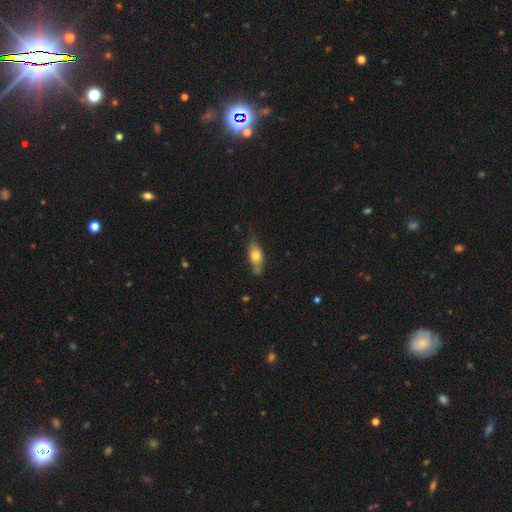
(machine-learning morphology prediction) A smooth galaxy with no disk features (56%) that is in between round and cigar-shaped (63%). Merging: none (69%).